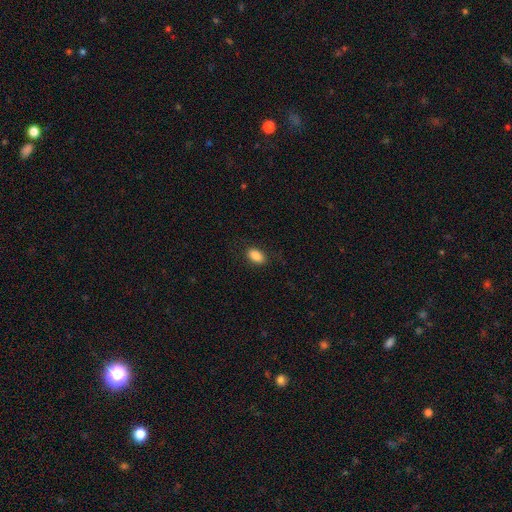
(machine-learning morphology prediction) smooth 87%, star or artifact 8%, featured or disk 5%. Down the decision tree: how rounded — in between (89%); merging — none (86%).